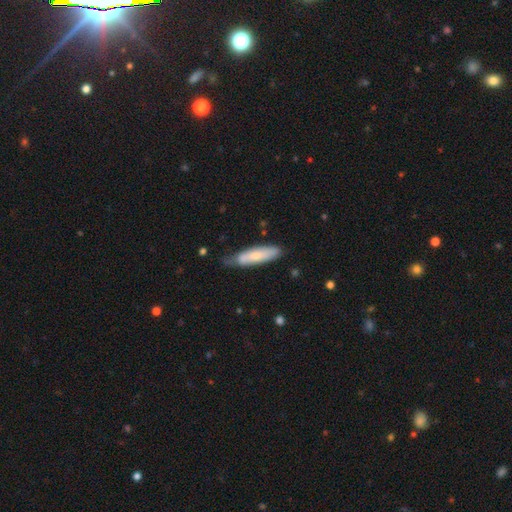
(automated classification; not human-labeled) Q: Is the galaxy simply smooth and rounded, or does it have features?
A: smooth — 67%.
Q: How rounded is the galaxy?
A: cigar-shaped — 68%.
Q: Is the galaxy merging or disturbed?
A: none — 63%.